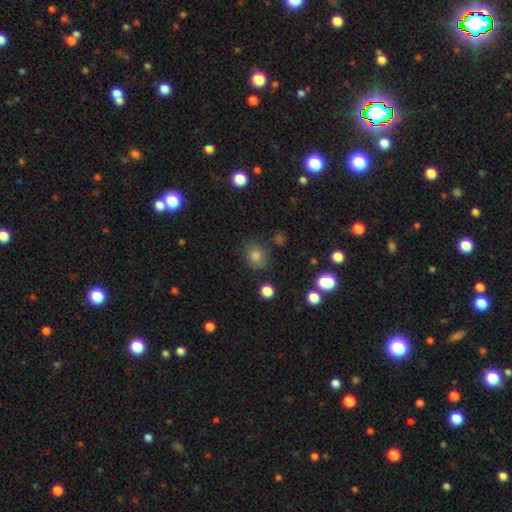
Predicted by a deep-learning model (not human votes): smooth 75%, star or artifact 18%, featured or disk 7%. Down the decision tree: how rounded — round (66%); merging — none (82%).